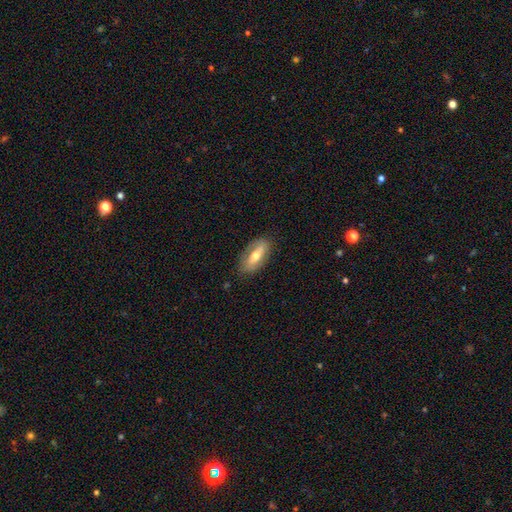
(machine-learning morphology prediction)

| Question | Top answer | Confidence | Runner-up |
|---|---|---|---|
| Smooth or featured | smooth | 47% | featured or disk (46%) |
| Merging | none | 80% | minor disturbance (15%) |